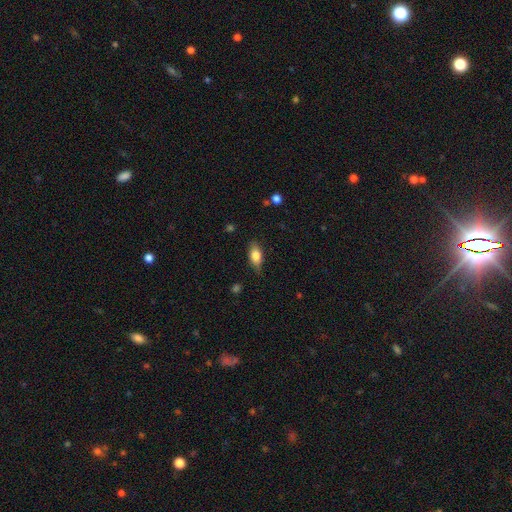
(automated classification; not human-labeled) Overall: smooth (77%). How rounded: in between (84%). Merging: none (74%).